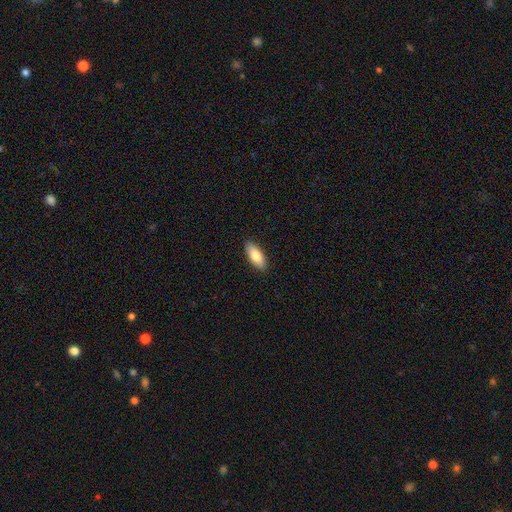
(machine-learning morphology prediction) This is clearly a smooth galaxy (81%). How rounded: clearly in between (80%). Merging: clearly none (90%).